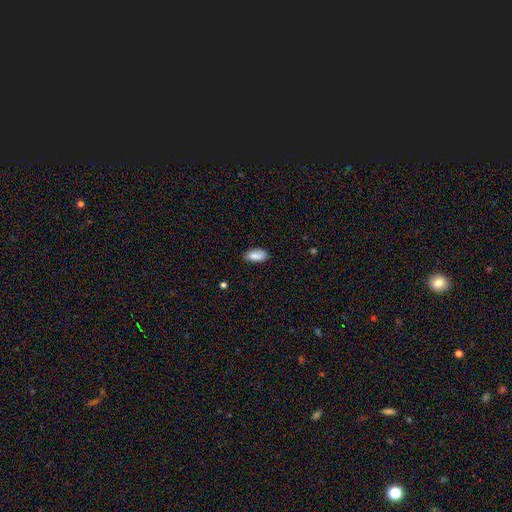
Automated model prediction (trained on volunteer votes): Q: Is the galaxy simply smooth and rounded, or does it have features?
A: smooth — 82%.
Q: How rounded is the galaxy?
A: in between — 89%.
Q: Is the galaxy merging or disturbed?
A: none — 69%.